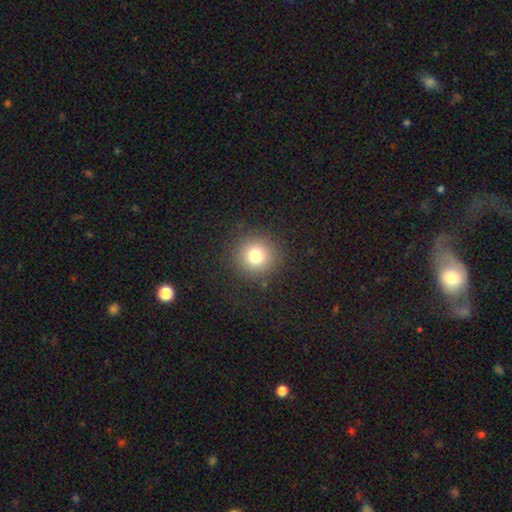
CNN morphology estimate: smooth 77%, star or artifact 14%, featured or disk 9%. Down the decision tree: how rounded — round (94%); merging — none (90%).